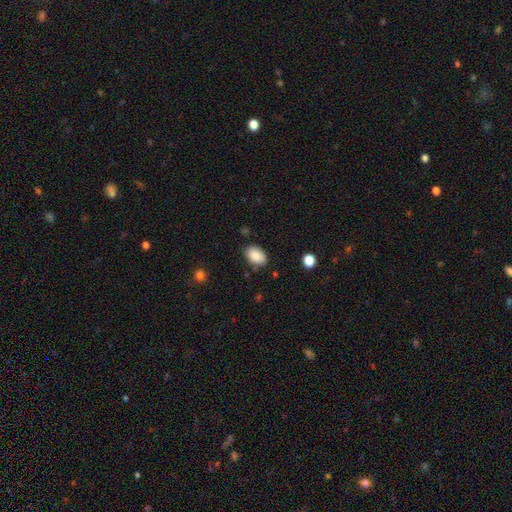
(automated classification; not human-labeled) Smooth or featured?
  - smooth: 87% *
  - star or artifact: 7%
  - featured or disk: 5%
How rounded?
  - in between: 89% *
  - round: 10%
  - cigar-shaped: 1%
Merging?
  - none: 81% *
  - minor disturbance: 14%
  - major disturbance: 3%
  - merger: 2%